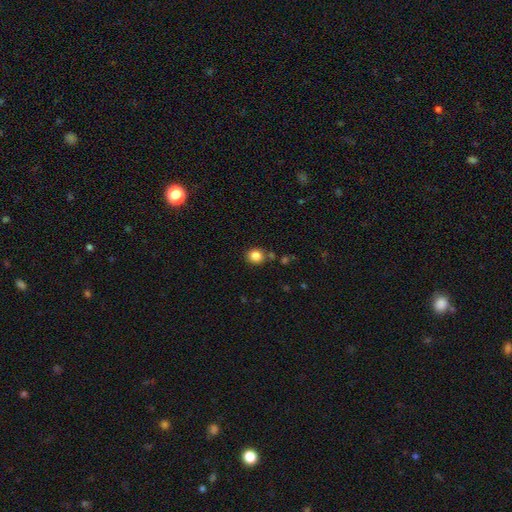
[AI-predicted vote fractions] smooth 85%, star or artifact 10%, featured or disk 5%. Down the decision tree: how rounded — round (77%); merging — none (80%).